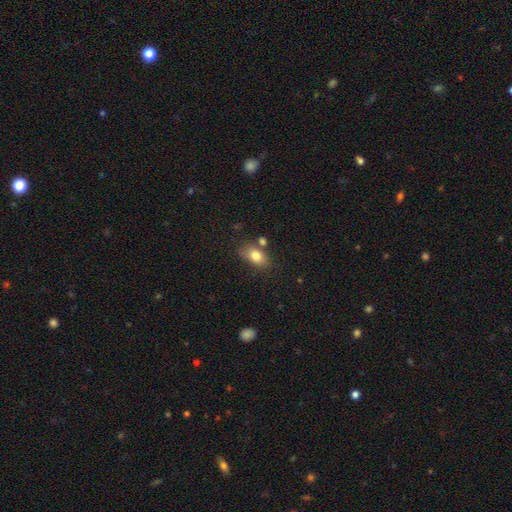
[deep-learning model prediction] Overall: smooth (79%). How rounded: in between (83%). Merging: none (66%).